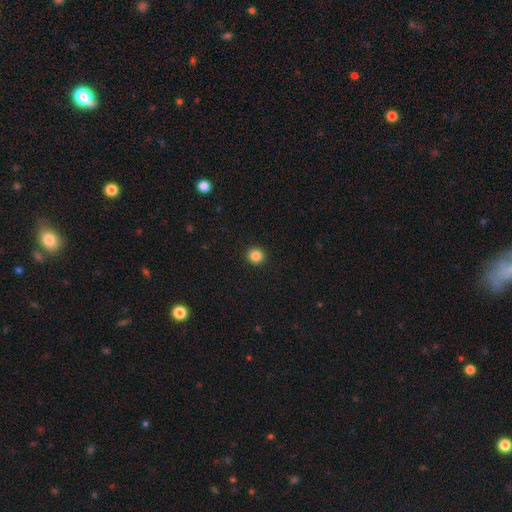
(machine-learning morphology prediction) A smooth galaxy with no disk features (85%) that is round (91%).

Vote fractions:
- Smooth or featured? smooth: 85% / star or artifact: 11% / featured or disk: 4%
- How rounded? round: 91% / in between: 8% / cigar-shaped: 1%
- Merging? none: 93% / minor disturbance: 5% / major disturbance: 2% / merger: 1%